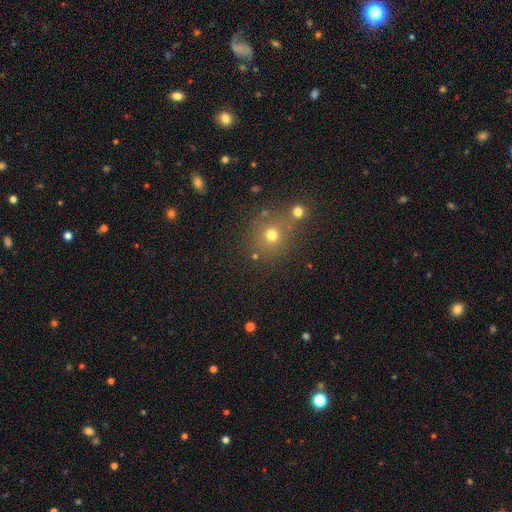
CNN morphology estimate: smooth_or_featured: smooth (p=0.61) [alt: star or artifact p=0.29]
how_rounded: round (p=0.88) [alt: in between p=0.11]
merging: none (p=0.74) [alt: merger p=0.14]